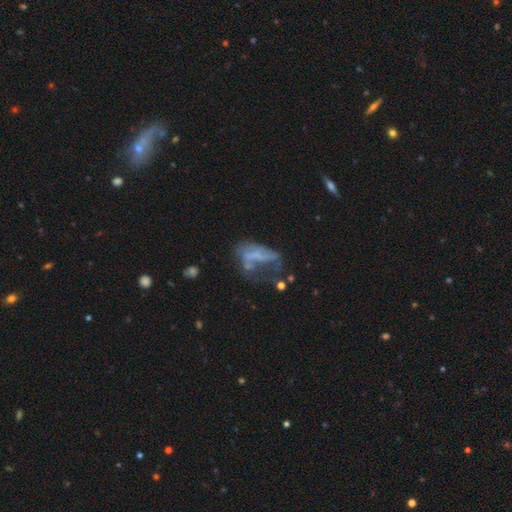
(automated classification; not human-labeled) smooth-or-featured: featured or disk: 52% | smooth: 33% | star or artifact: 15%
  disk-edge-on: no: 94% | yes: 6%
  merging: major disturbance: 47% | none: 22% | minor disturbance: 18% | merger: 14%